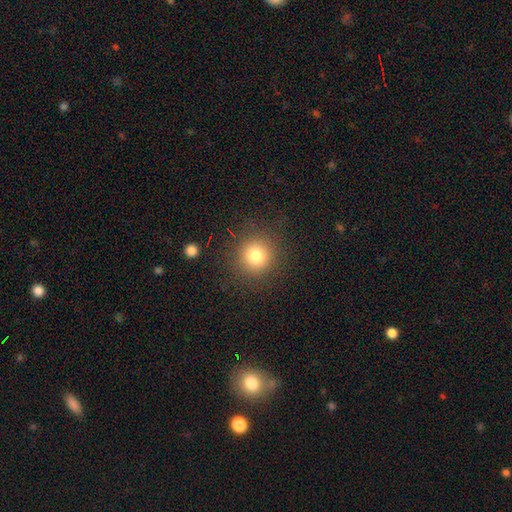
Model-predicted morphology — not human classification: Overall: smooth (78%). How rounded: round (92%). Merging: none (87%).